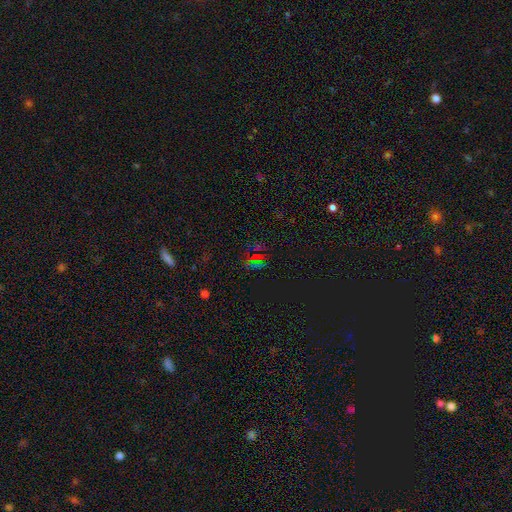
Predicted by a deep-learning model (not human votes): Smooth or featured: star or artifact — 62% (smooth — 28%)